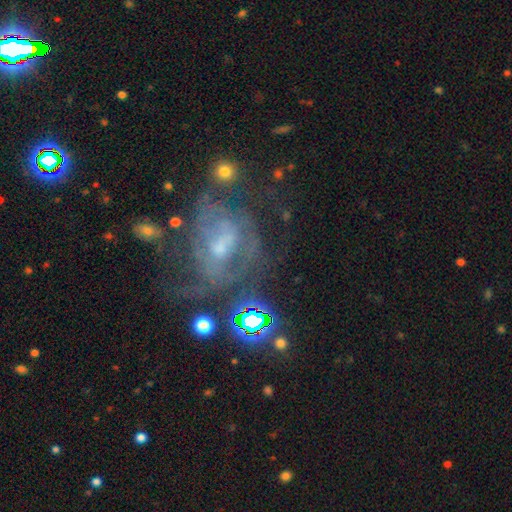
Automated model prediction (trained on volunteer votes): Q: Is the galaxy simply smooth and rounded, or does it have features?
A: featured or disk — 71%.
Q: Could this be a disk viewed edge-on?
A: no — 96%.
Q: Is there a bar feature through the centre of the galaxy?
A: weak — 44%.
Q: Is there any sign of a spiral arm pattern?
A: yes — 72%.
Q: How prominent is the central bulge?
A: small — 54%.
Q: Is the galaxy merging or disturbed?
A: none — 47%.